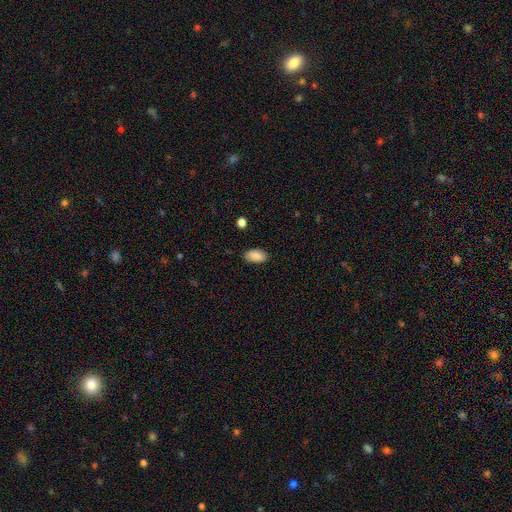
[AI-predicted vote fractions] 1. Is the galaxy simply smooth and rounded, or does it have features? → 88% smooth, 7% star or artifact, 5% featured or disk.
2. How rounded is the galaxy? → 94% in between, 3% round, 3% cigar-shaped.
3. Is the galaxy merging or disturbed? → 86% none, 11% minor disturbance, 2% major disturbance, 1% merger.